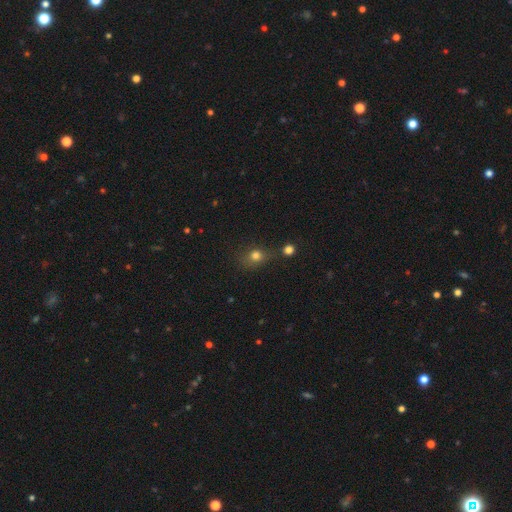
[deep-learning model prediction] This appears to be a smooth galaxy with no disk features (76%) that is round (66%). Merging: none (59%).